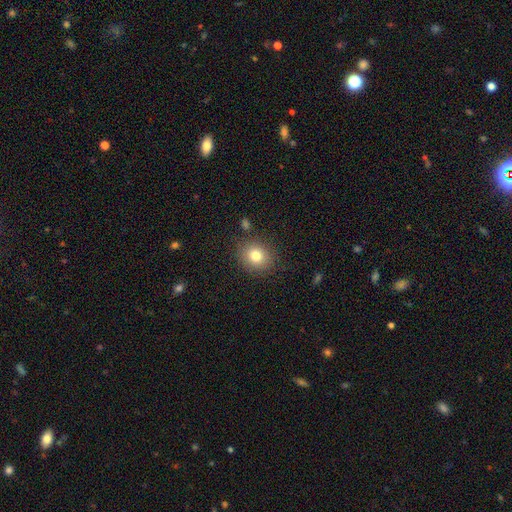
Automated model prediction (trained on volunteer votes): smooth-or-featured: smooth: 80% | star or artifact: 11% | featured or disk: 9%
  how-rounded: round: 74% | in between: 25% | cigar-shaped: 1%
  merging: none: 84% | minor disturbance: 10% | major disturbance: 3% | merger: 3%